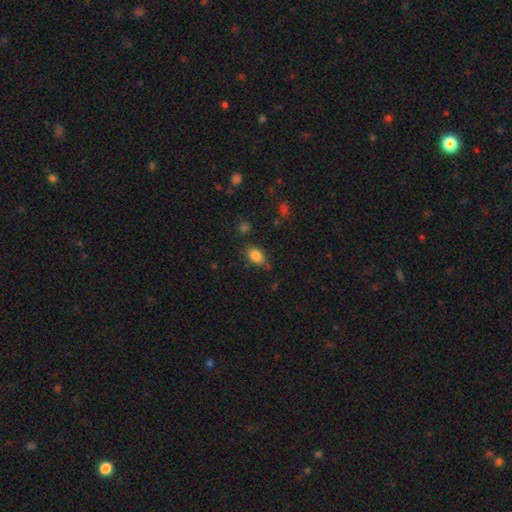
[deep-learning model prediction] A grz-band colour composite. It shows a smooth galaxy with no disk features (85%) that is in between round and cigar-shaped (85%). Merging: none (67%).